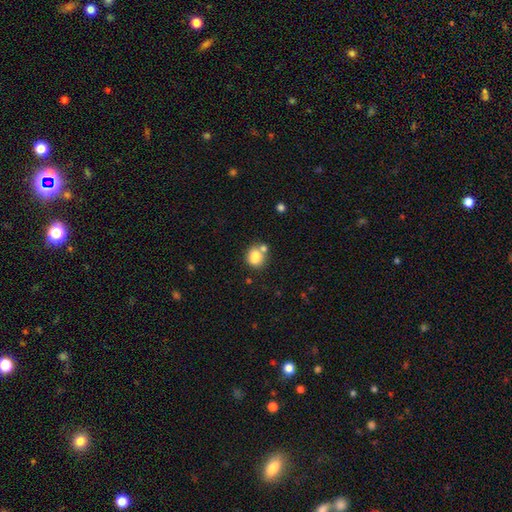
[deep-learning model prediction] A smooth galaxy with no disk features (80%) that is round (67%). Merging: none (50%).